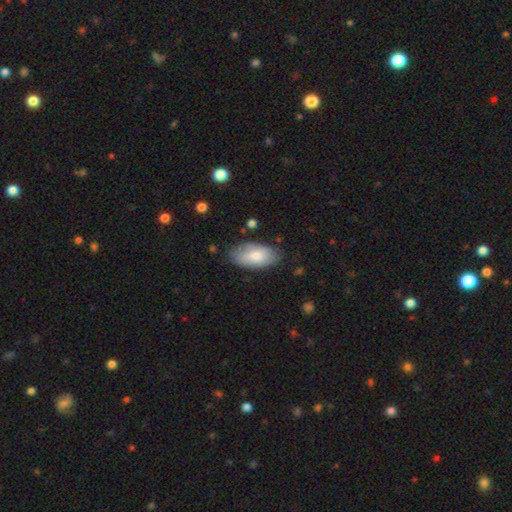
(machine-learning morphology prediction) Smooth or featured? smooth (77%)
How rounded? in between (94%)
Merging? none (75%)